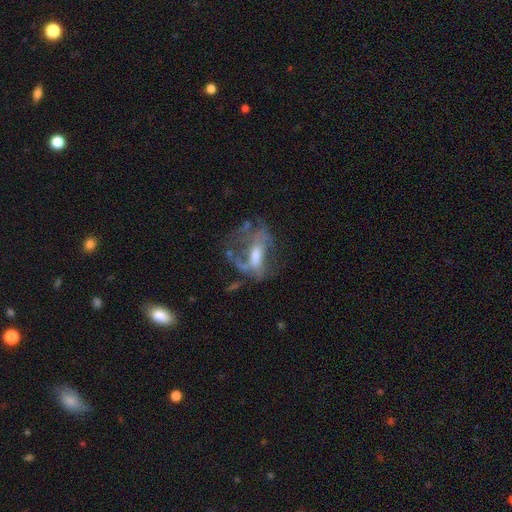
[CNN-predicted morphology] The model was most divided on "bar": weak: 39%, no: 38%, strong: 24%. Remaining: edge-on disk — no (91%); smooth or featured — featured or disk (66%); spiral arms — no (54%); bulge size — moderate (52%); merging — major disturbance (40%).